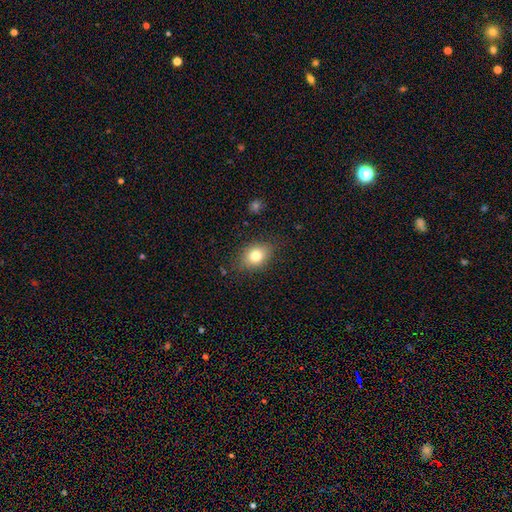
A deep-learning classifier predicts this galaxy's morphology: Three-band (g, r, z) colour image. It shows a smooth galaxy with no disk features (79%) that is in between round and cigar-shaped (64%). Merging: none (80%).